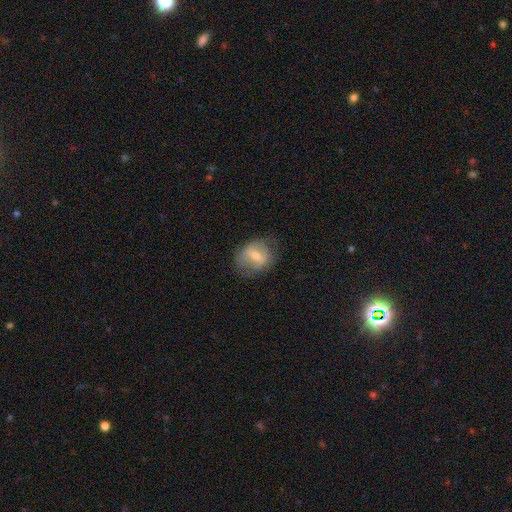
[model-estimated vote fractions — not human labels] Smooth or featured?
  - featured or disk: 50% *
  - smooth: 41%
  - star or artifact: 9%
Edge-on disk?
  - no: 93% *
  - yes: 7%
Merging?
  - none: 69% *
  - minor disturbance: 21%
  - major disturbance: 9%
  - merger: 1%